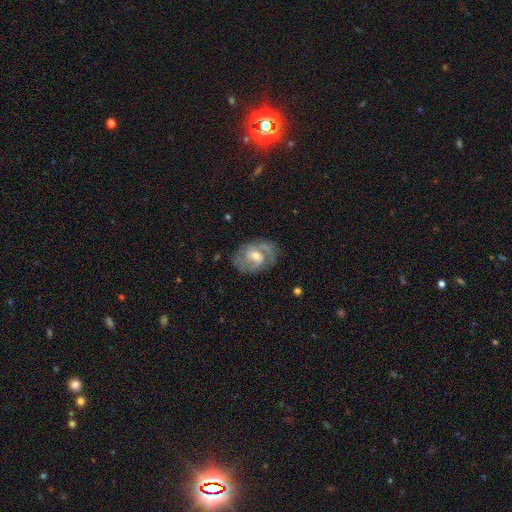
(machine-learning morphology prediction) A featured or disk galaxy (82%) with a weak bar (48%), 2 (71%) medium (50%) spiral arms (94%) and a moderate central bulge (60%). Merging: none (73%).